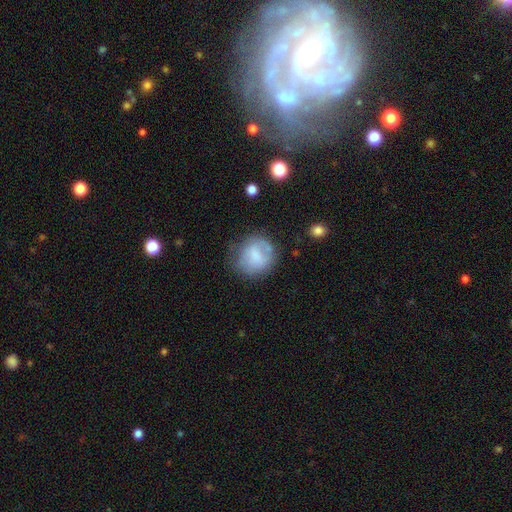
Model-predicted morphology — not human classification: Smooth or featured: smooth — 66% (featured or disk — 26%)
How rounded: round — 81% (in between — 18%)
Merging: none — 59% (minor disturbance — 25%)